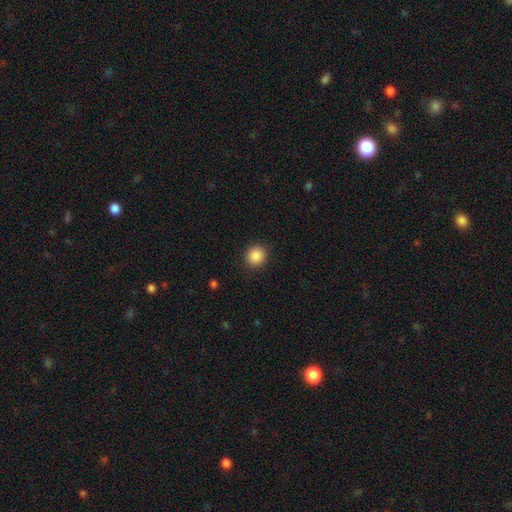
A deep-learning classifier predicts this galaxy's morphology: type=smooth (88%); roundness=round (87%); merging=none (89%).